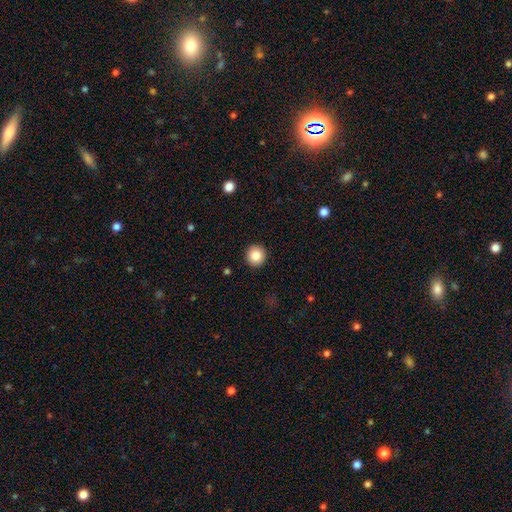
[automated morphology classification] Smooth or featured? smooth (85%)
How rounded? round (94%)
Merging? none (93%)